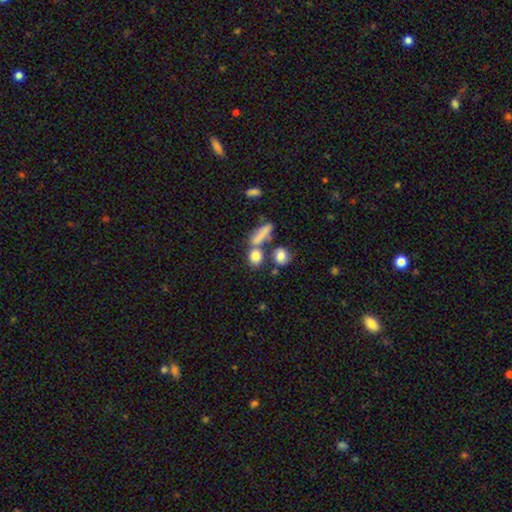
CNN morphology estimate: smooth_or_featured: smooth (p=0.81) [alt: star or artifact p=0.10]
how_rounded: round (p=0.54) [alt: in between p=0.38]
merging: none (p=0.53) [alt: merger p=0.30]